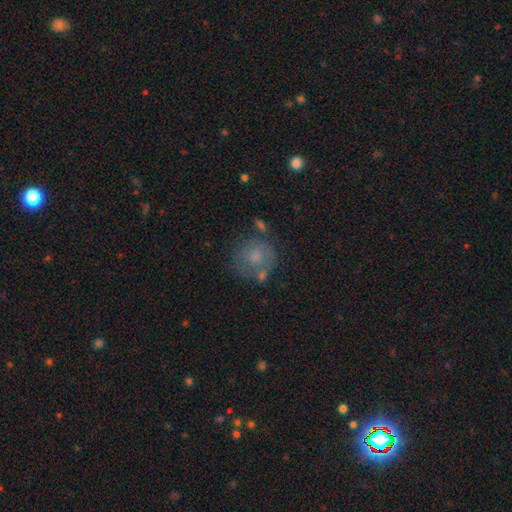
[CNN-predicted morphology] Smooth or featured? smooth (61%)
How rounded? round (83%)
Merging? none (60%)